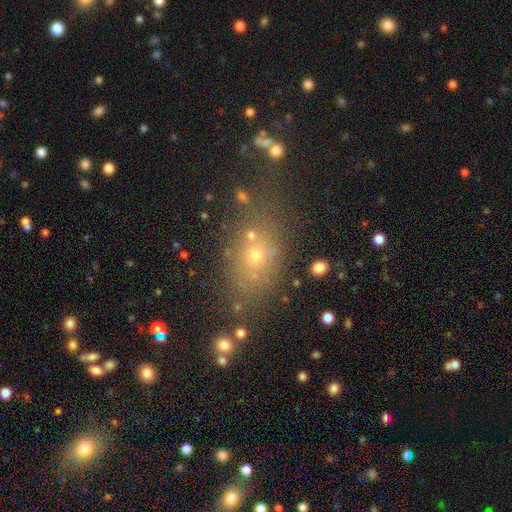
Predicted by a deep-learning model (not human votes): Q: Smooth or featured?
A: smooth (52%); runner-up: star or artifact (32%)
Q: How rounded?
A: in between (61%); runner-up: round (34%)
Q: Merging?
A: none (70%); runner-up: minor disturbance (13%)